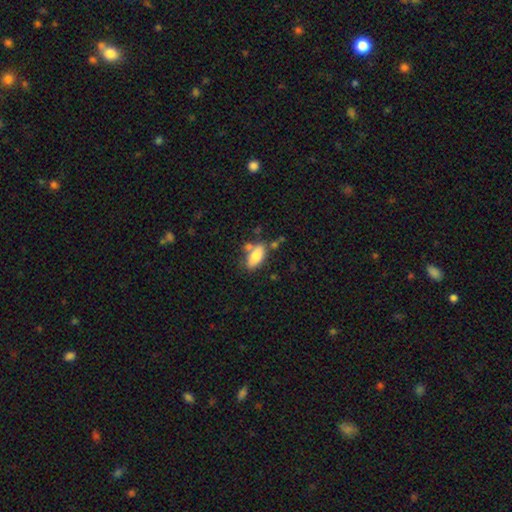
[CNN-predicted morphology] A smooth galaxy with no disk features (80%) that is in between round and cigar-shaped (85%). Merging: none (59%).